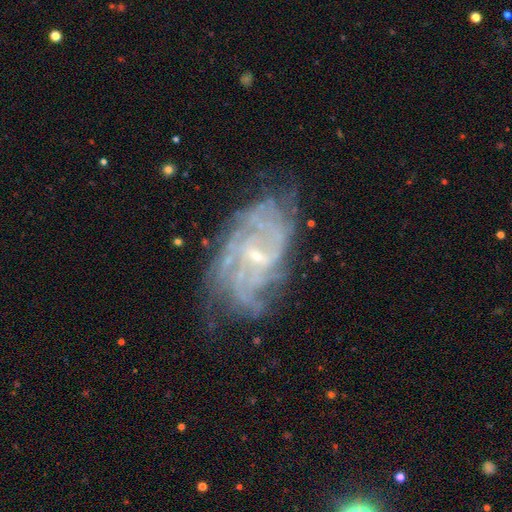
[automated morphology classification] Overall: featured or disk (85%). Edge-on disk: no (96%). Bar: weak (50%; no 38%). Spiral arms: yes (92%). Spiral arm count: can't tell (41%; 4 20%). Spiral winding: tight (56%; medium 34%). Bulge size: small (78%). Merging: none (64%).